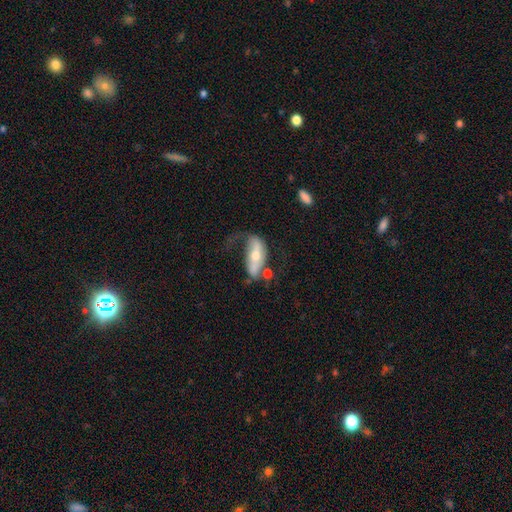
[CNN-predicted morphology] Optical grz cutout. It shows a featured or disk galaxy (61%). Merging: none (33%).